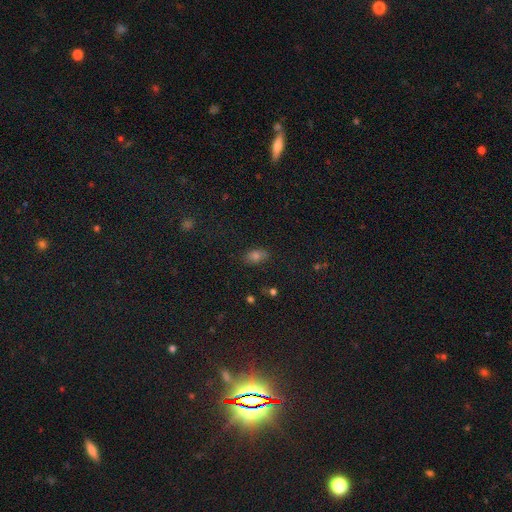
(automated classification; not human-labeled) Smooth or featured? Predicted: smooth (p=0.70). How rounded? Predicted: in between (p=0.85). Merging? Predicted: none (p=0.83).